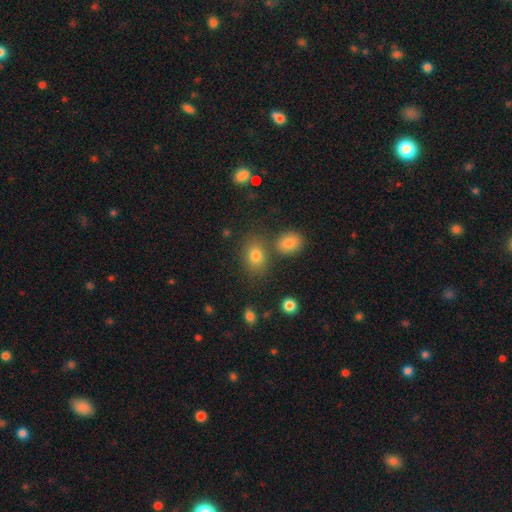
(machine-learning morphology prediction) The model was most divided on "how rounded": in between: 63%, round: 35%, cigar-shaped: 1%. More confident: smooth or featured — smooth (78%); merging — none (69%).